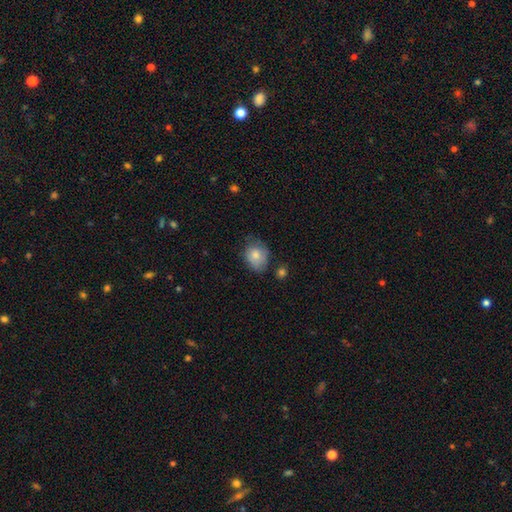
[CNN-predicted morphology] smooth_or_featured: smooth (p=0.74) [alt: featured or disk p=0.18]
how_rounded: in between (p=0.52) [alt: round p=0.47]
merging: none (p=0.54) [alt: minor disturbance p=0.33]